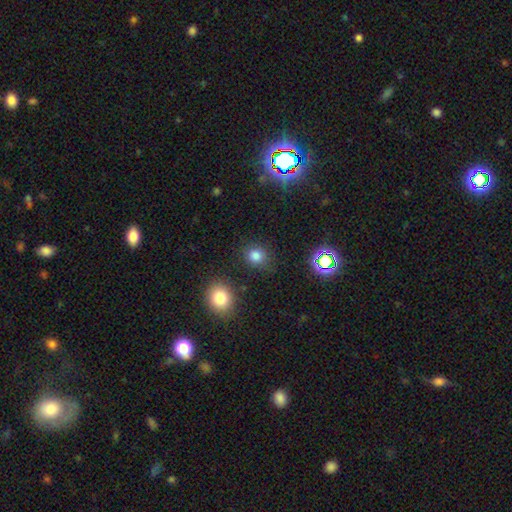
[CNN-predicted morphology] A smooth galaxy with no disk features (79%) that is round (79%).

Vote fractions:
- Smooth or featured? smooth: 79% / star or artifact: 16% / featured or disk: 5%
- How rounded? round: 79% / in between: 20% / cigar-shaped: 1%
- Merging? none: 83% / minor disturbance: 10% / major disturbance: 4% / merger: 3%